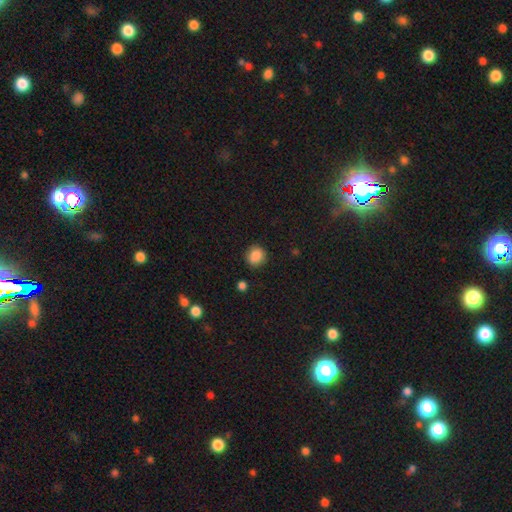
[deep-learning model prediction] Smooth or featured?
  - smooth: 87% *
  - star or artifact: 9%
  - featured or disk: 4%
How rounded?
  - round: 83% *
  - in between: 16%
  - cigar-shaped: 1%
Merging?
  - none: 87% *
  - minor disturbance: 9%
  - major disturbance: 2%
  - merger: 2%